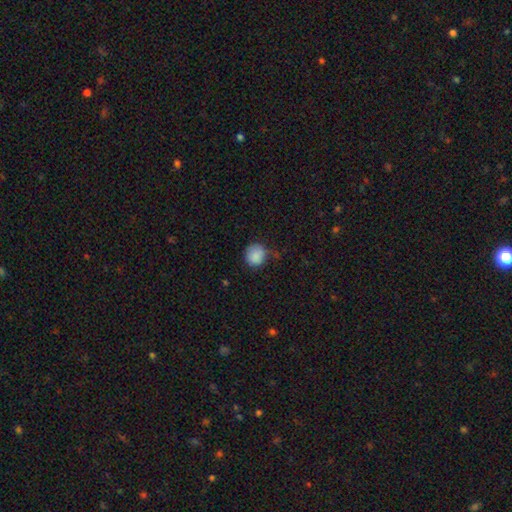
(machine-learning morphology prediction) Q: Smooth or featured?
A: smooth (87%); runner-up: star or artifact (8%)
Q: How rounded?
A: round (86%); runner-up: in between (13%)
Q: Merging?
A: none (62%); runner-up: minor disturbance (29%)